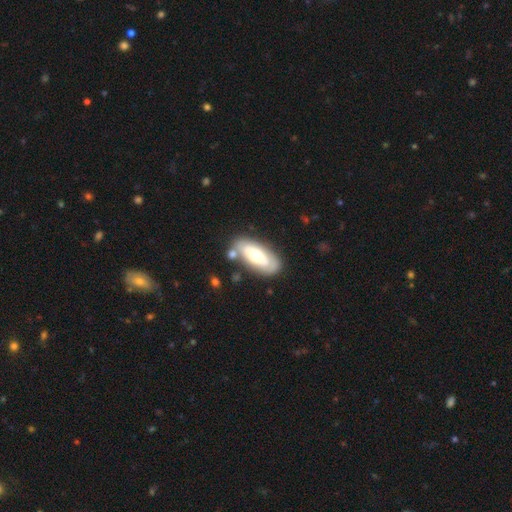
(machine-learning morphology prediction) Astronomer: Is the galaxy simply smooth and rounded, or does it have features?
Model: featured or disk — 50% (runner-up: smooth, 45%).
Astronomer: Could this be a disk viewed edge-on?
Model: no — 83%.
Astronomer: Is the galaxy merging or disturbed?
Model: none — 71%.